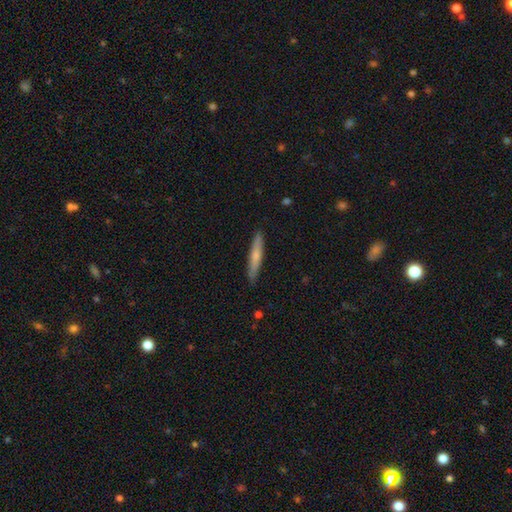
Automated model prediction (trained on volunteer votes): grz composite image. It shows a smooth galaxy with no disk features (64%) that is cigar-shaped (93%). Merging: none (90%).